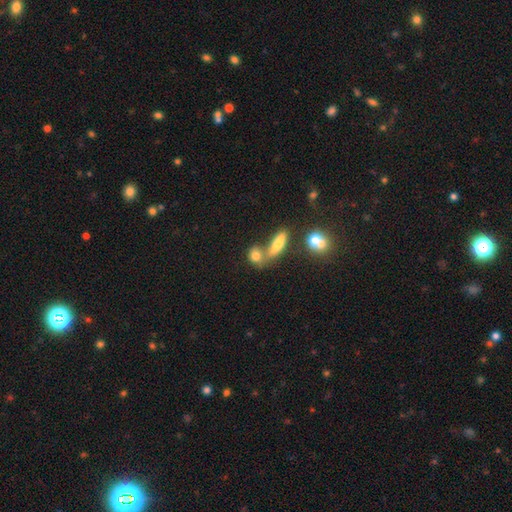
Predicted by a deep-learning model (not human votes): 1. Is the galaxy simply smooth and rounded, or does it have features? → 75% smooth, 14% featured or disk, 11% star or artifact.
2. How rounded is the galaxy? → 48% in between, 43% round, 10% cigar-shaped.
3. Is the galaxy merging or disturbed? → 43% merger, 42% none, 10% minor disturbance, 5% major disturbance.